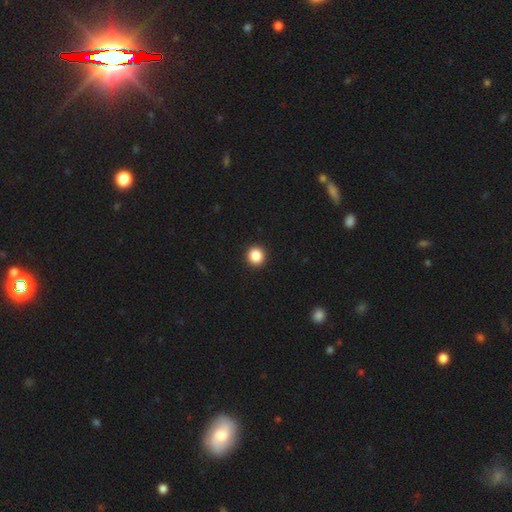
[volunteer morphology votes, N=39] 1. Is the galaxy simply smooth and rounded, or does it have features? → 82% smooth, 10% star or artifact, 8% featured or disk.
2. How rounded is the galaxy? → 91% round, 9% in between, 0% cigar-shaped.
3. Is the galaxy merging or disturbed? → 83% none, 11% minor disturbance, 3% major disturbance, 3% merger.